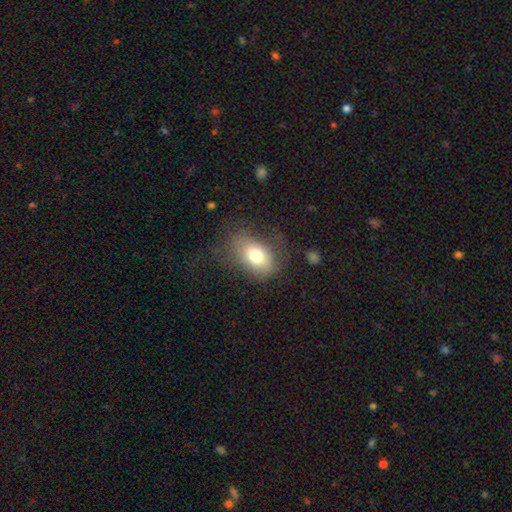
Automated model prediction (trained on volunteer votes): This appears to be a smooth galaxy with no disk features (74%) that is in between round and cigar-shaped (82%). Merging: none (56%).